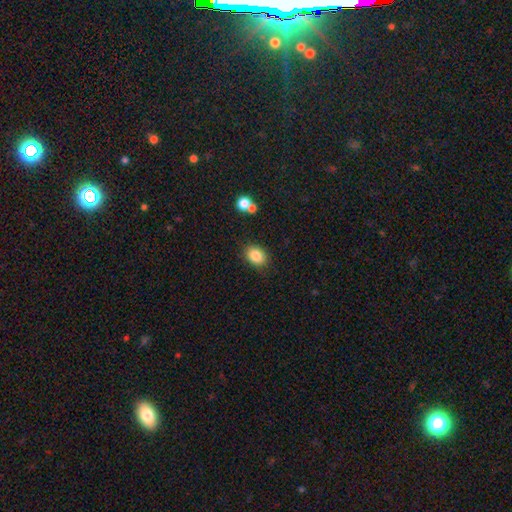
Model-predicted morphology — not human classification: Smooth or featured? smooth (85%)
How rounded? in between (67%)
Merging? none (84%)